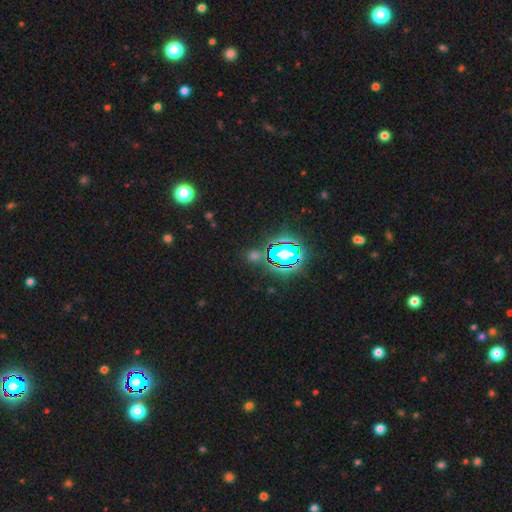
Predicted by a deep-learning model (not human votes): Morphology: type=star or artifact (60%).